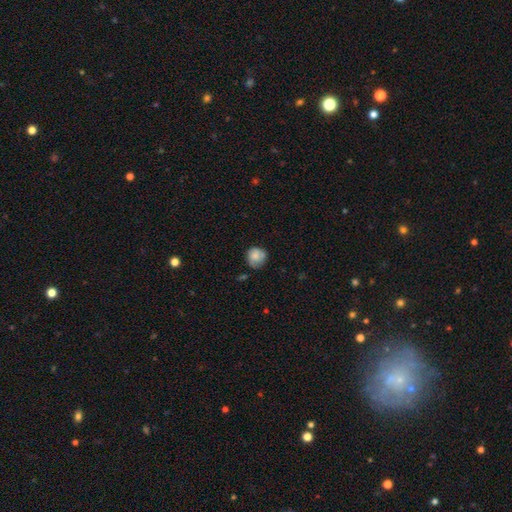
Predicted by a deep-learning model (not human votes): smooth 80%, featured or disk 12%, star or artifact 8%. Down the decision tree: how rounded — round (85%); merging — none (62%).